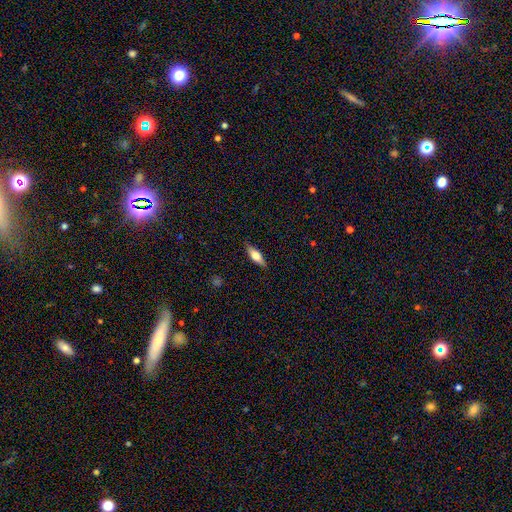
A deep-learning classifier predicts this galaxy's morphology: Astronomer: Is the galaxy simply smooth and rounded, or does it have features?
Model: smooth — 57% (runner-up: featured or disk, 37%).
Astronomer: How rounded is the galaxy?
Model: in between — 53% (runner-up: cigar-shaped, 44%).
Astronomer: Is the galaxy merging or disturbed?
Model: none — 87%.